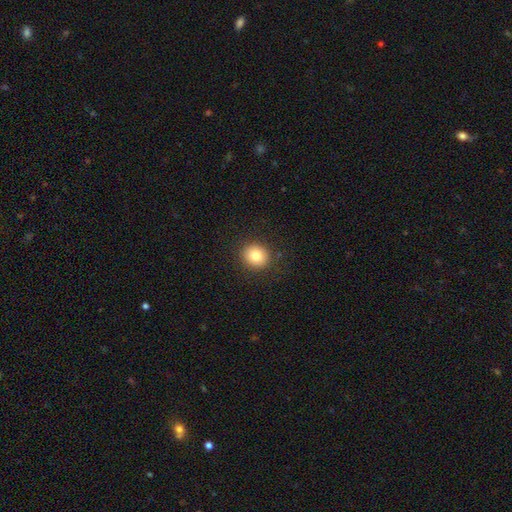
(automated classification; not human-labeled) A smooth galaxy with no disk features (82%) that is round (83%).

Vote fractions:
- Smooth or featured? smooth: 82% / star or artifact: 10% / featured or disk: 8%
- How rounded? round: 83% / in between: 16% / cigar-shaped: 1%
- Merging? none: 89% / minor disturbance: 7% / major disturbance: 3% / merger: 1%